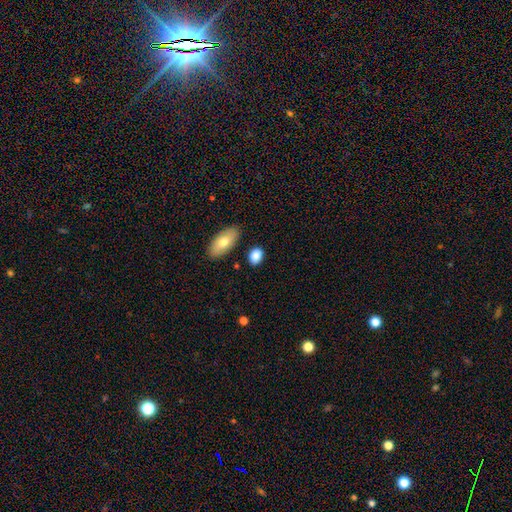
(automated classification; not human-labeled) This is clearly a smooth galaxy (84%). How rounded: likely in between (77%). Merging: clearly none (81%).